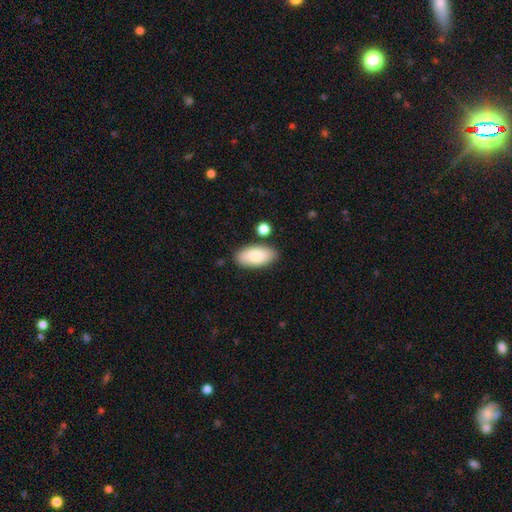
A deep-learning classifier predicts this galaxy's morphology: This appears to be a smooth galaxy with no disk features (83%) that is in between round and cigar-shaped (93%). Merging: none (81%).